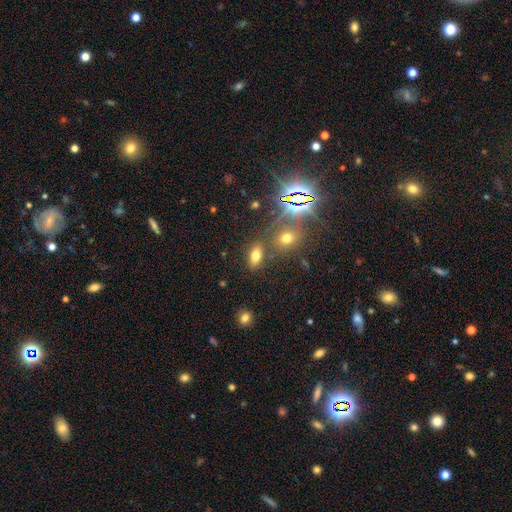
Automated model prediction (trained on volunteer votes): smooth_or_featured: smooth (p=0.65) [alt: star or artifact p=0.21]
how_rounded: in between (p=0.80) [alt: round p=0.11]
merging: none (p=0.76) [alt: minor disturbance p=0.10]